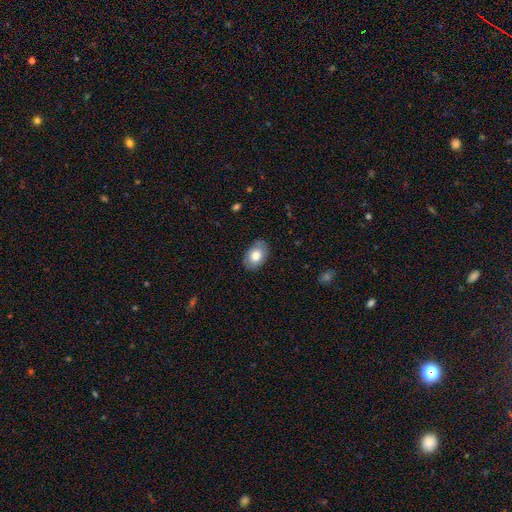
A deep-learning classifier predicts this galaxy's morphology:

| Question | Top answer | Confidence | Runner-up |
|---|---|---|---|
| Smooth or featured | smooth | 77% | featured or disk (16%) |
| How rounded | in between | 86% | round (13%) |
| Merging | none | 83% | minor disturbance (13%) |